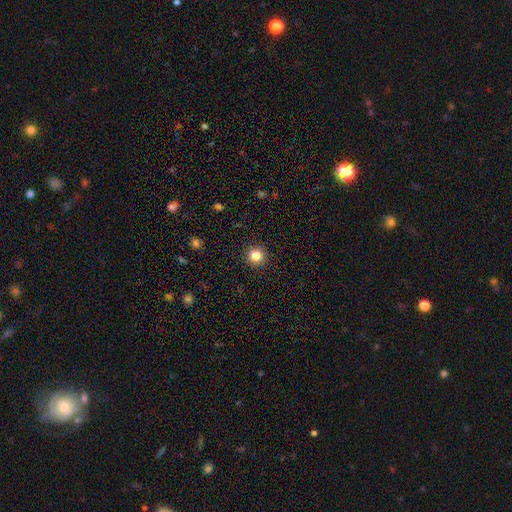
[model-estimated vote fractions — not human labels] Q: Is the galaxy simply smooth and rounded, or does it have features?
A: smooth — 84%.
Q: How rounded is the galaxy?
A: round — 94%.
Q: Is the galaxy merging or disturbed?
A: none — 92%.